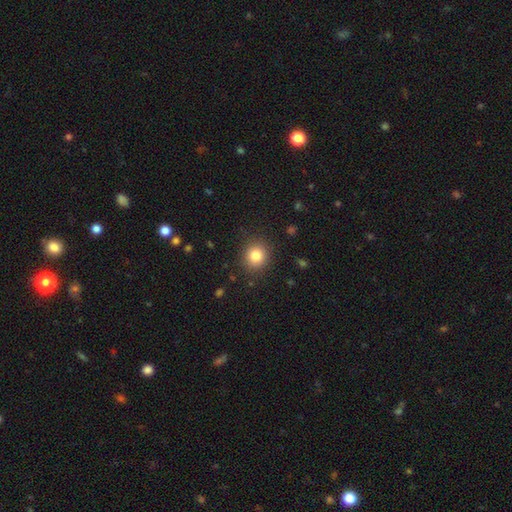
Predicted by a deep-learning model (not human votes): Overall: smooth (82%). How rounded: round (86%). Merging: none (89%).